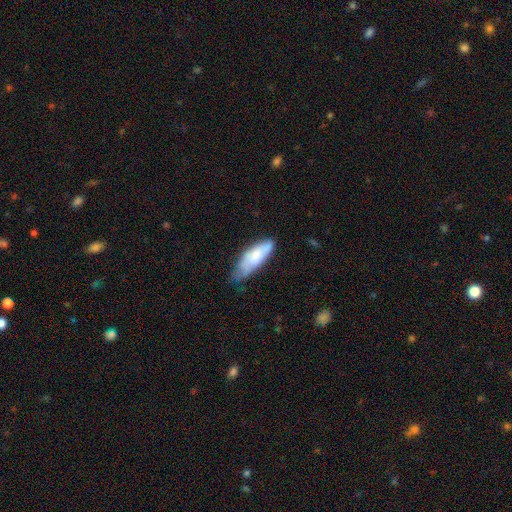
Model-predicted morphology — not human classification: Smooth or featured? Predicted: smooth (p=0.69). How rounded? Predicted: in between (p=0.65). Merging? Predicted: none (p=0.48).